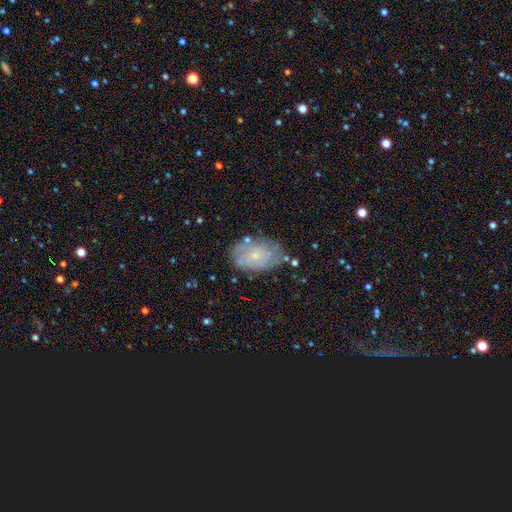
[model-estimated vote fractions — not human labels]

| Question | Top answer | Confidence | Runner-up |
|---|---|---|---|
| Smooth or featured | smooth | 47% | featured or disk (43%) |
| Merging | none | 68% | minor disturbance (21%) |